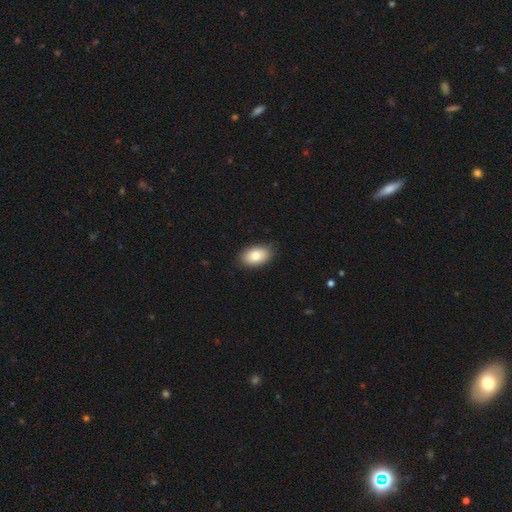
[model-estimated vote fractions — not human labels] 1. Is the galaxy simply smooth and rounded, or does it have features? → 82% smooth, 11% featured or disk, 7% star or artifact.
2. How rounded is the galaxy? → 92% in between, 7% round, 1% cigar-shaped.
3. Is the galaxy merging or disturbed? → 87% none, 10% minor disturbance, 2% major disturbance, 1% merger.